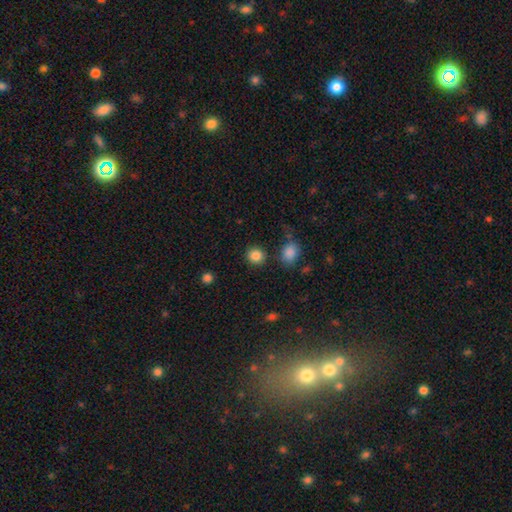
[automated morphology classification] A smooth galaxy with no disk features (85%) that is round (88%). Merging: none (86%).